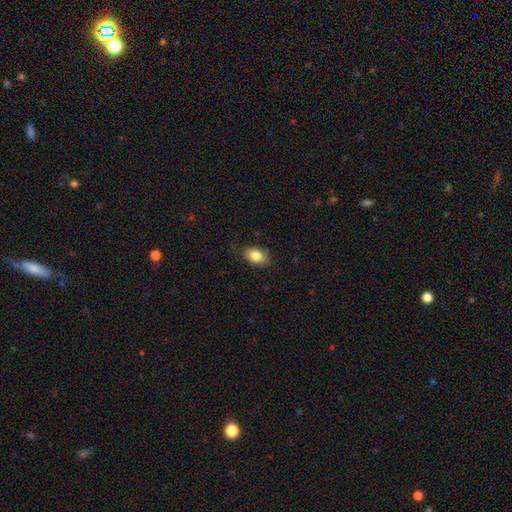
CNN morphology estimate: type=smooth (84%); roundness=in between (83%); merging=none (78%).